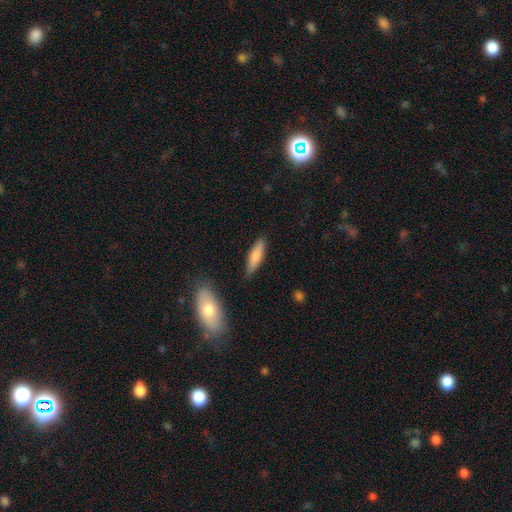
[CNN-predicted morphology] This is likely a smooth galaxy (76%). How rounded: likely cigar-shaped (66%). Merging: clearly none (85%).